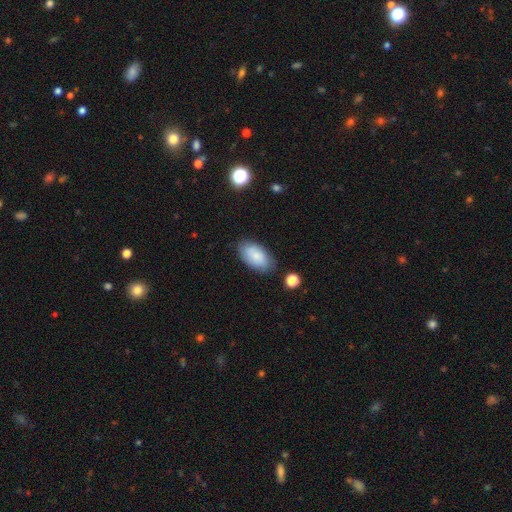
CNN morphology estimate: Smooth or featured? Predicted: smooth (p=0.81). How rounded? Predicted: in between (p=0.94). Merging? Predicted: none (p=0.79).